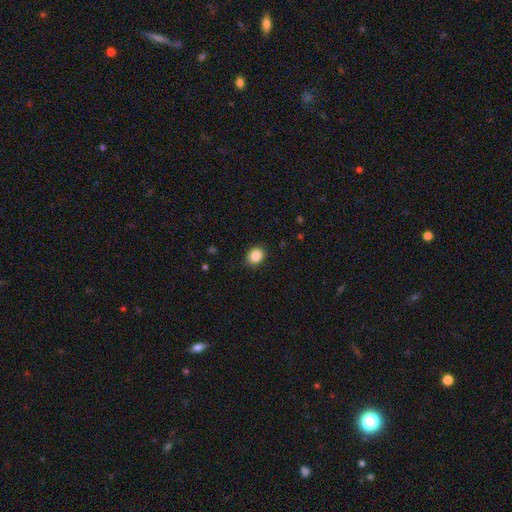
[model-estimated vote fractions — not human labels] Overall: smooth (87%). How rounded: round (57%; in between 42%). Merging: none (88%).